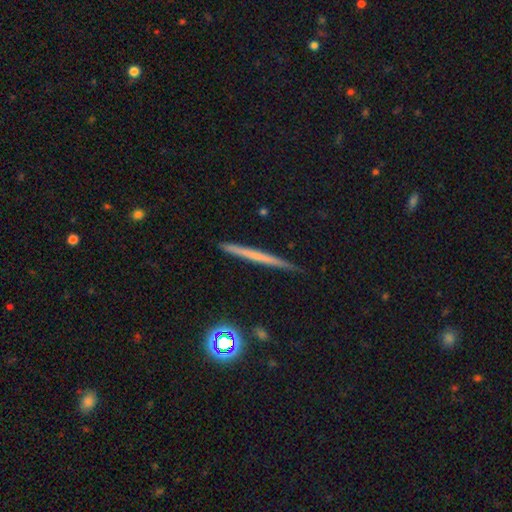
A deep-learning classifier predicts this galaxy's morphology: smooth-or-featured: featured or disk: 46% | smooth: 45% | star or artifact: 9%
  merging: none: 90% | minor disturbance: 7% | major disturbance: 1% | merger: 1%